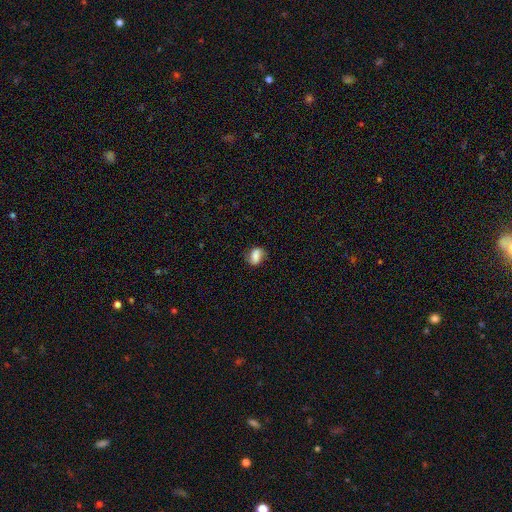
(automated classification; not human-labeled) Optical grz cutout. It shows a smooth galaxy with no disk features (74%) that is in between round and cigar-shaped (74%). Merging: none (72%).